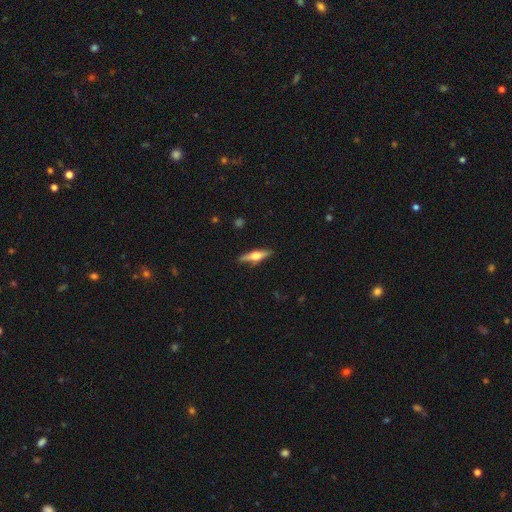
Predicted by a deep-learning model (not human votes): Smooth or featured? featured or disk (59%)
Edge-on disk? yes (95%)
Edge-on bulge? rounded (92%)
Merging? none (87%)